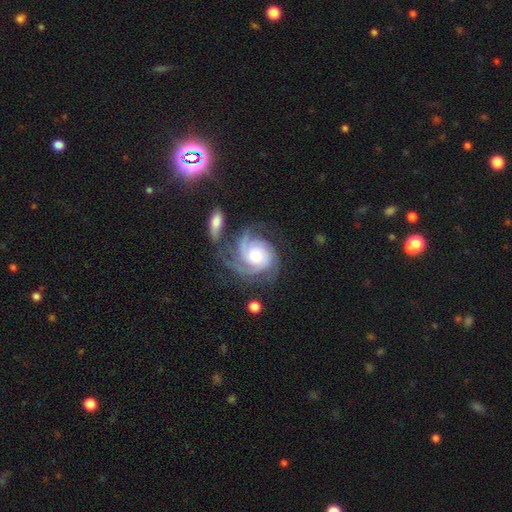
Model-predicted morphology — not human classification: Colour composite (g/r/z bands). It shows a featured or disk galaxy (86%) with no bar (74%), 3 (45%) tight (61%) spiral arms (97%) and a moderate central bulge (48%). Merging: none (55%).